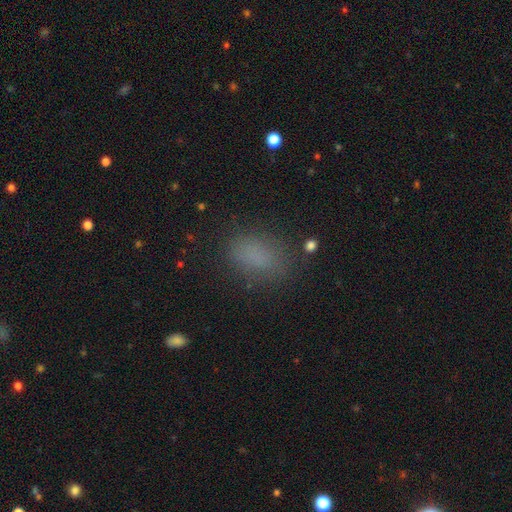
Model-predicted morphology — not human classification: The model was most divided on "smooth or featured": smooth: 80%, star or artifact: 14%, featured or disk: 6%. More confident: how rounded — in between (83%); merging — none (80%).